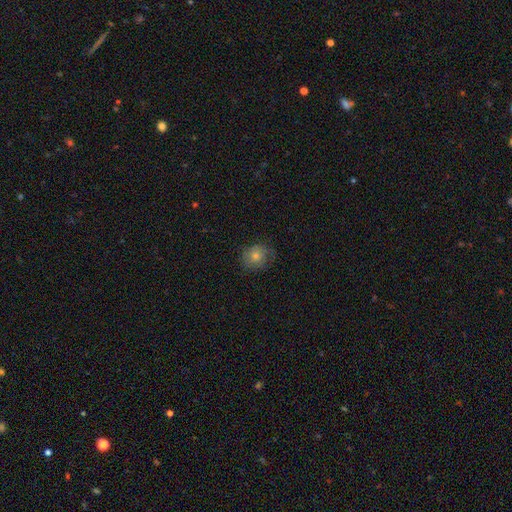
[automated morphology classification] Smooth or featured?
  - smooth: 62% *
  - featured or disk: 23%
  - star or artifact: 15%
How rounded?
  - round: 76% *
  - in between: 23%
  - cigar-shaped: 1%
Merging?
  - none: 75% *
  - minor disturbance: 18%
  - major disturbance: 6%
  - merger: 1%